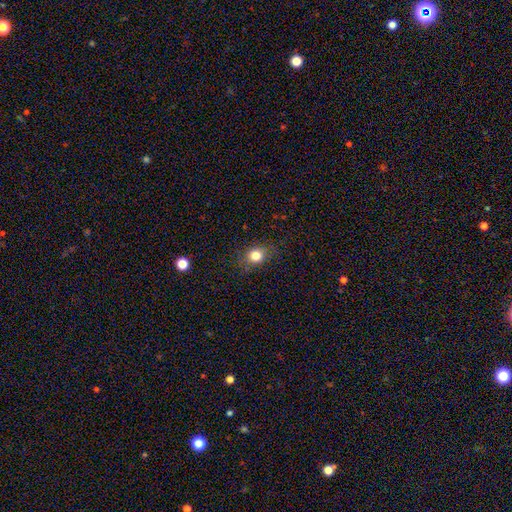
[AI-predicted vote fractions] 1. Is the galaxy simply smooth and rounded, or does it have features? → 80% smooth, 12% star or artifact, 8% featured or disk.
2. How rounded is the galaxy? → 60% round, 38% in between, 1% cigar-shaped.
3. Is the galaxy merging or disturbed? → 82% none, 13% minor disturbance, 4% major disturbance, 1% merger.